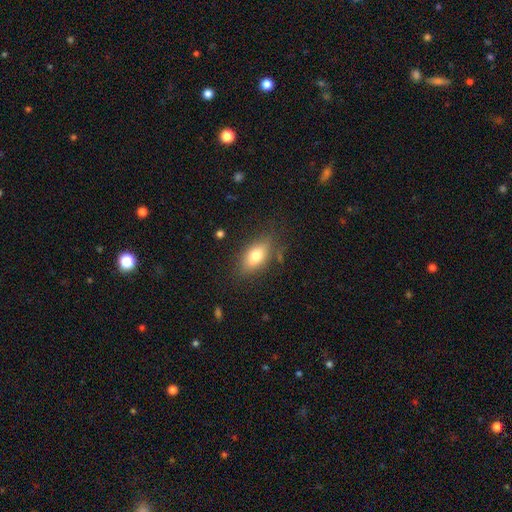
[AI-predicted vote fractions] This appears to be a smooth galaxy with no disk features (75%) that is in between round and cigar-shaped (86%). Merging: none (77%).